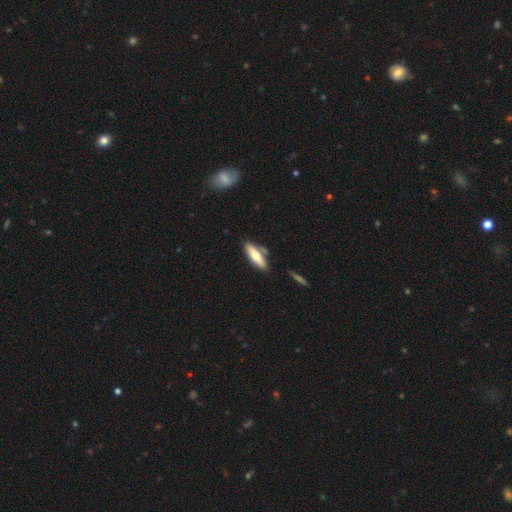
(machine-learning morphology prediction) type=smooth (71%); roundness=cigar-shaped (55%); merging=none (77%).